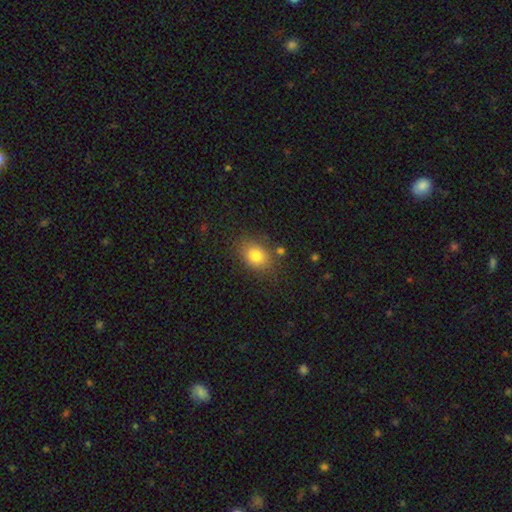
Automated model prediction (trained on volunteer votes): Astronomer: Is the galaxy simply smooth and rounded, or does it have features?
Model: smooth — 81%.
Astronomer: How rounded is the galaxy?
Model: in between — 61% (runner-up: round, 38%).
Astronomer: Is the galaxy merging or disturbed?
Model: none — 79%.